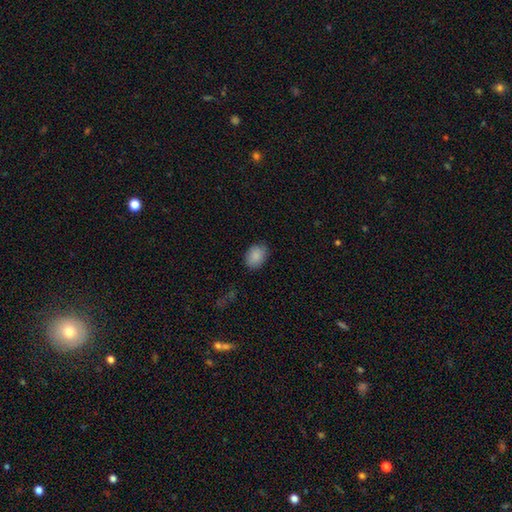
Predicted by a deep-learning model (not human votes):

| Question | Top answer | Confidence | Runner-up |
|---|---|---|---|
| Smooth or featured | smooth | 88% | star or artifact (7%) |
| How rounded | in between | 71% | round (28%) |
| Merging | none | 81% | minor disturbance (15%) |